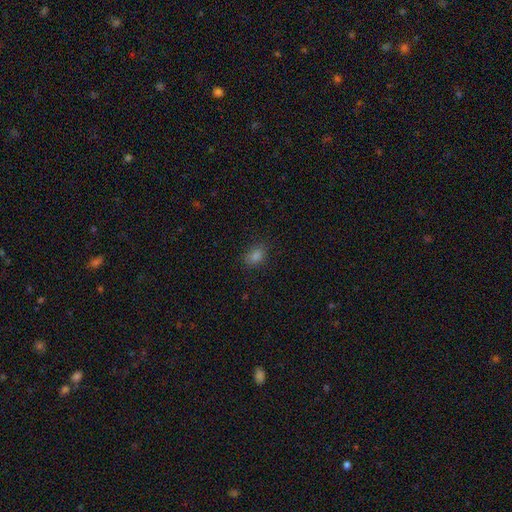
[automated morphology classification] A smooth galaxy with no disk features (79%) that is in between round and cigar-shaped (68%).

Vote fractions:
- Smooth or featured? smooth: 79% / star or artifact: 17% / featured or disk: 5%
- How rounded? in between: 68% / round: 30% / cigar-shaped: 2%
- Merging? none: 85% / minor disturbance: 11% / major disturbance: 3% / merger: 1%